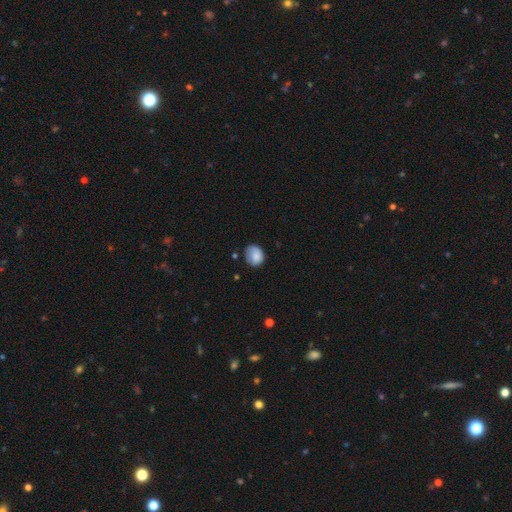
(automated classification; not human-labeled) smooth_or_featured: smooth (p=0.84) [alt: featured or disk p=0.08]
how_rounded: round (p=0.59) [alt: in between p=0.40]
merging: none (p=0.63) [alt: minor disturbance p=0.28]